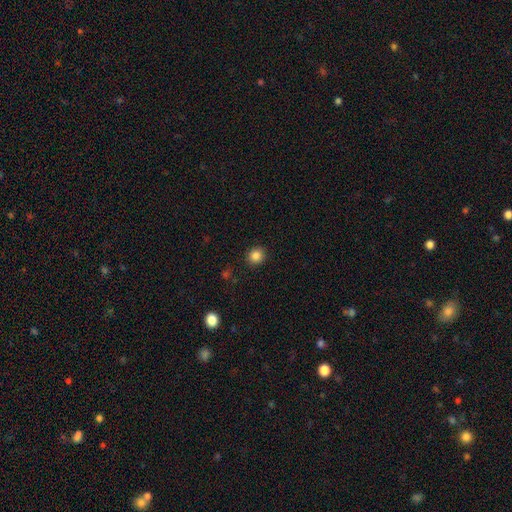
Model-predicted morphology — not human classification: Smooth or featured? smooth (85%)
How rounded? round (87%)
Merging? none (91%)